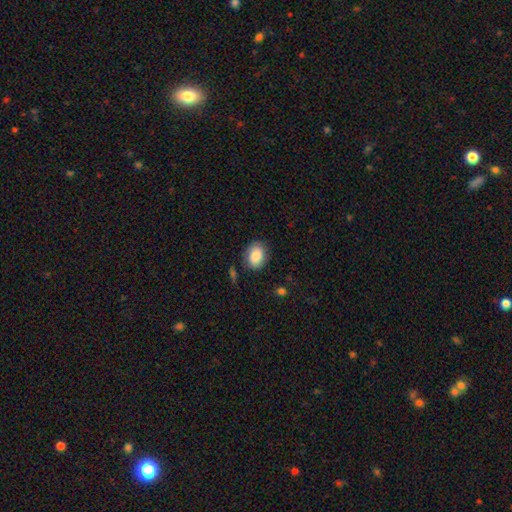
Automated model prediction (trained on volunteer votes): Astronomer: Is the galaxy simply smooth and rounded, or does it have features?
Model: smooth — 84%.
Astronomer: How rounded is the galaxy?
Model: in between — 69%.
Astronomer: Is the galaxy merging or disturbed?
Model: none — 80%.